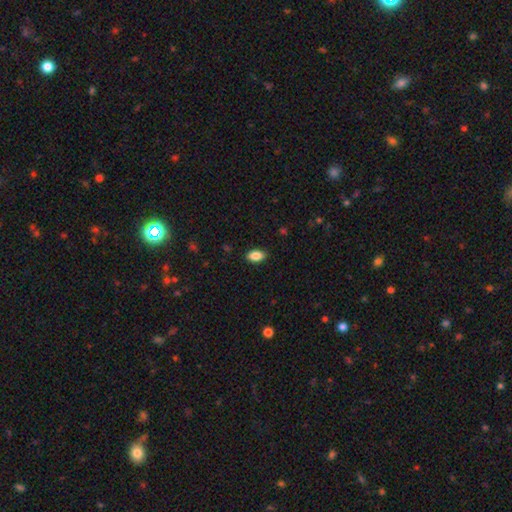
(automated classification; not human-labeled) A smooth galaxy with no disk features (87%) that is in between round and cigar-shaped (92%). Merging: none (89%).